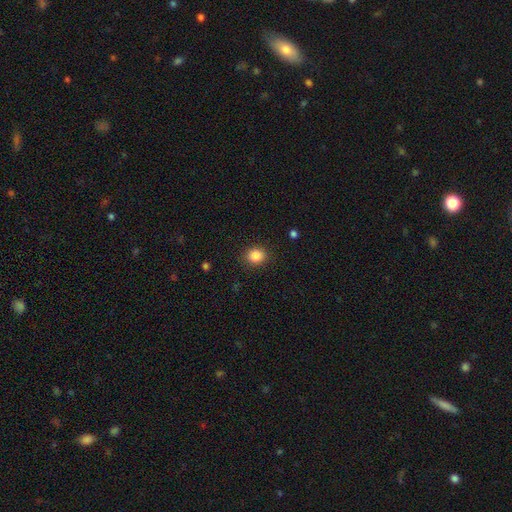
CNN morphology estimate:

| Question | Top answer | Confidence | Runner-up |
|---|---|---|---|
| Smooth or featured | smooth | 86% | star or artifact (10%) |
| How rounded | round | 74% | in between (25%) |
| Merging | none | 89% | minor disturbance (8%) |